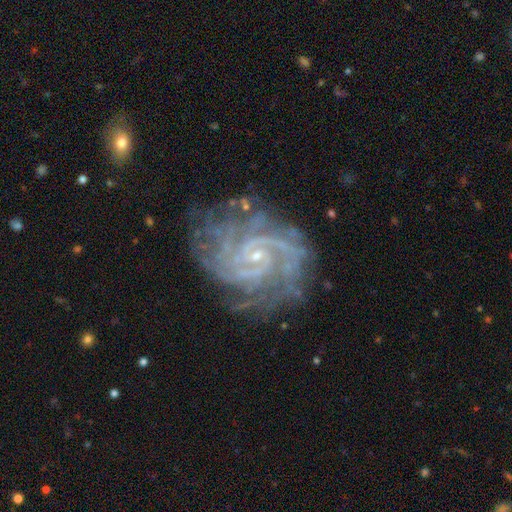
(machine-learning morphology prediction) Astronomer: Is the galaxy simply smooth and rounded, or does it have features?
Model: featured or disk — 91%.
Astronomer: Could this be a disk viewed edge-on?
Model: no — 98%.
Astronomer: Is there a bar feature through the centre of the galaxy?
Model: no — 51% (runner-up: weak, 37%).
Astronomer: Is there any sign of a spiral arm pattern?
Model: yes — 98%.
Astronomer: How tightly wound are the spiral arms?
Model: tight — 64%.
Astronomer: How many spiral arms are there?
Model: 2 — 28% (runner-up: 3, 18%).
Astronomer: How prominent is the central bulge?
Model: small — 85%.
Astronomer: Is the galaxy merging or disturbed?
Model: none — 71%.